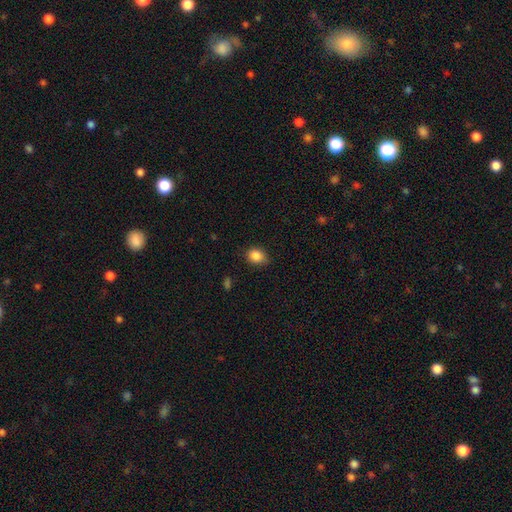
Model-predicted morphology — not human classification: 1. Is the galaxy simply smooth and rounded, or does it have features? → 86% smooth, 10% star or artifact, 4% featured or disk.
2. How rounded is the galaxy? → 54% round, 45% in between, 1% cigar-shaped.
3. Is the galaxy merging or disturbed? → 78% none, 18% minor disturbance, 3% major disturbance, 1% merger.